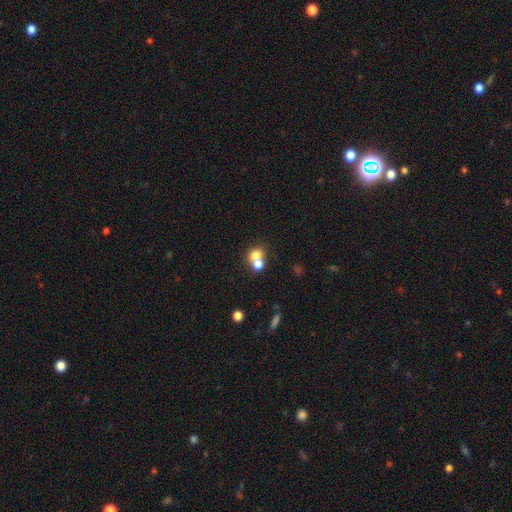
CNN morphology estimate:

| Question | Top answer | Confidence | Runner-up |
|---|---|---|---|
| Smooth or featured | smooth | 71% | featured or disk (17%) |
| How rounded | round | 67% | in between (32%) |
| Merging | merger | 63% | none (28%) |